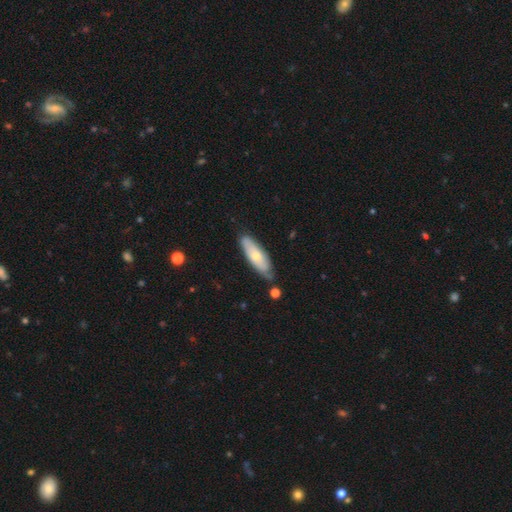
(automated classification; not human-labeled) Q: Smooth or featured?
A: smooth (57%); runner-up: featured or disk (38%)
Q: How rounded?
A: in between (55%); runner-up: cigar-shaped (43%)
Q: Merging?
A: none (68%); runner-up: minor disturbance (24%)